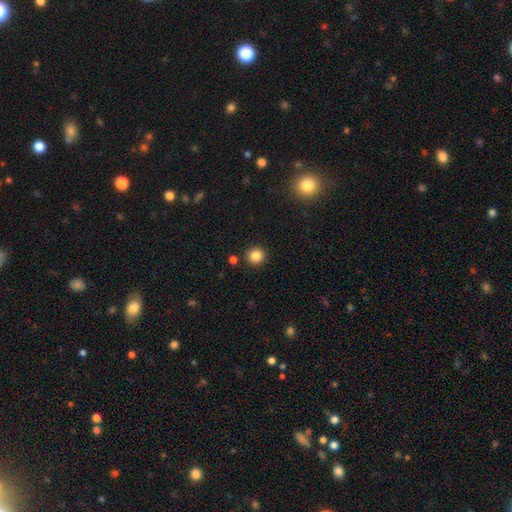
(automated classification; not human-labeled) Smooth or featured? Predicted: smooth (p=0.84). How rounded? Predicted: round (p=0.94). Merging? Predicted: none (p=0.89).